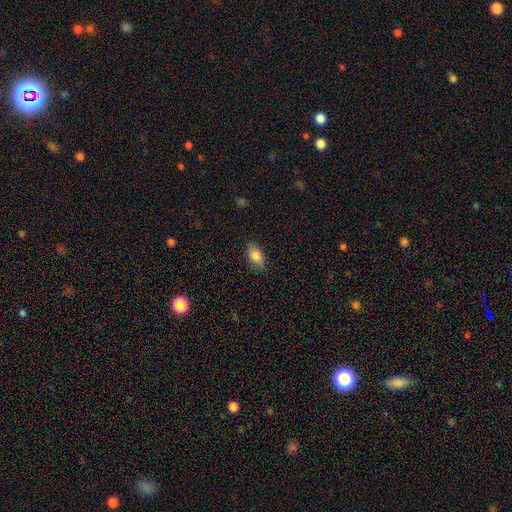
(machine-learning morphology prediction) smooth 83%, featured or disk 9%, star or artifact 8%. Down the decision tree: how rounded — in between (88%); merging — none (84%).